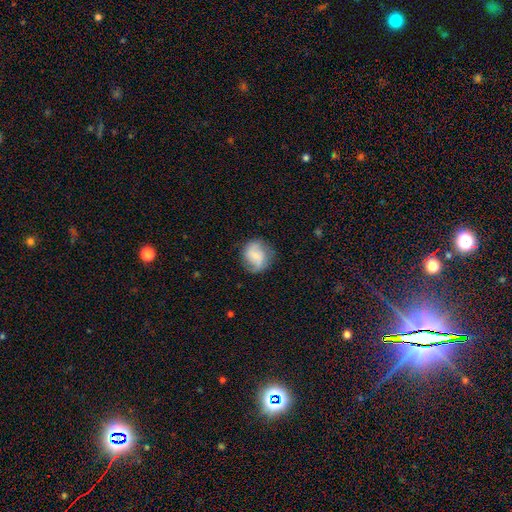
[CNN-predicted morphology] type=featured or disk (47%); merging=none (68%).